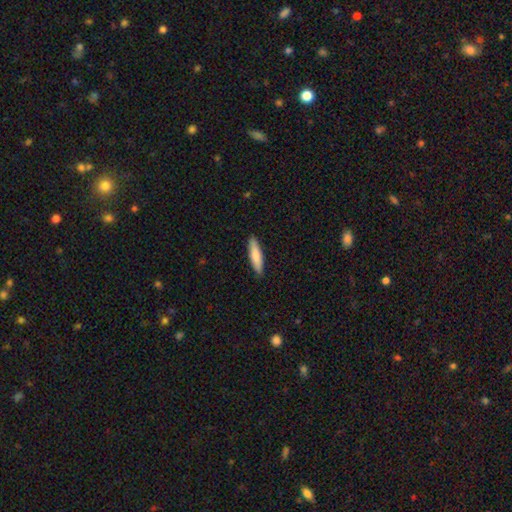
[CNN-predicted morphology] A smooth galaxy with no disk features (80%) that is cigar-shaped (75%). Merging: none (91%).